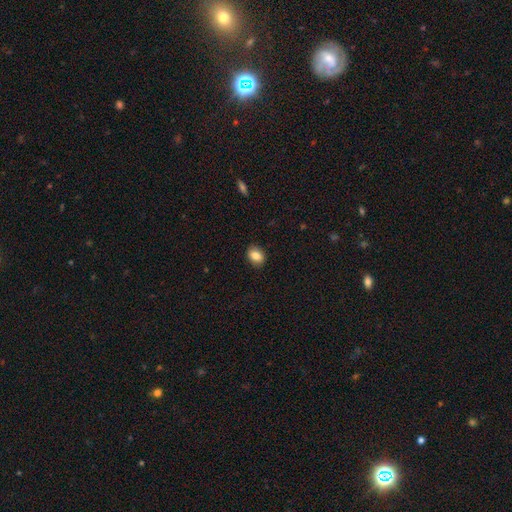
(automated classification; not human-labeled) This appears to be a smooth galaxy with no disk features (84%) that is in between round and cigar-shaped (68%). Merging: none (88%).